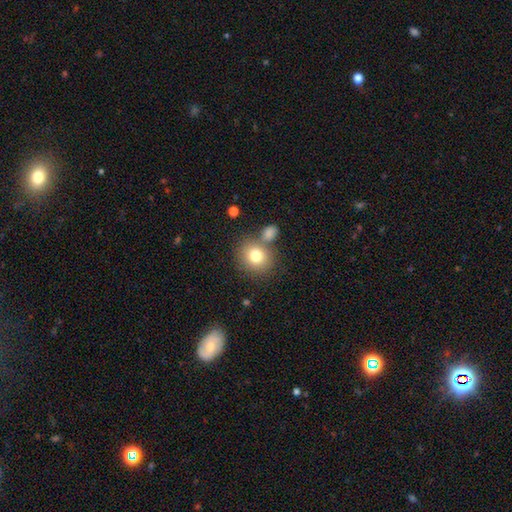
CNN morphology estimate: Overall: smooth (79%). How rounded: round (80%). Merging: none (66%).